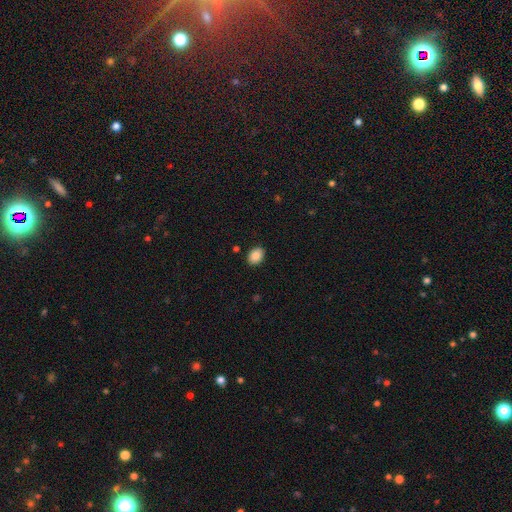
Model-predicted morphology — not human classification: This appears to be a smooth galaxy with no disk features (87%) that is in between round and cigar-shaped (73%). Merging: none (89%).